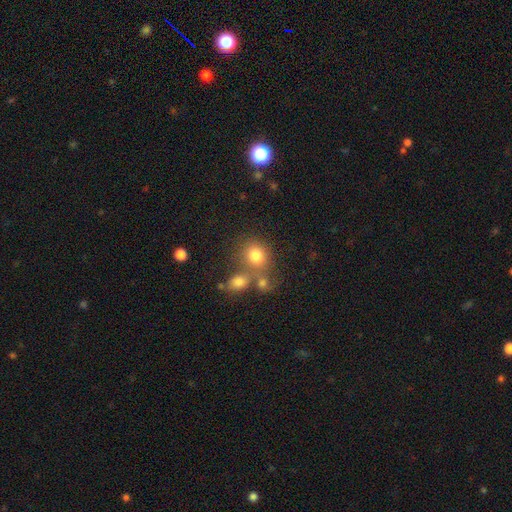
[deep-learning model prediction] smooth_or_featured: smooth (p=0.78) [alt: star or artifact p=0.12]
how_rounded: round (p=0.71) [alt: in between p=0.28]
merging: none (p=0.52) [alt: merger p=0.30]